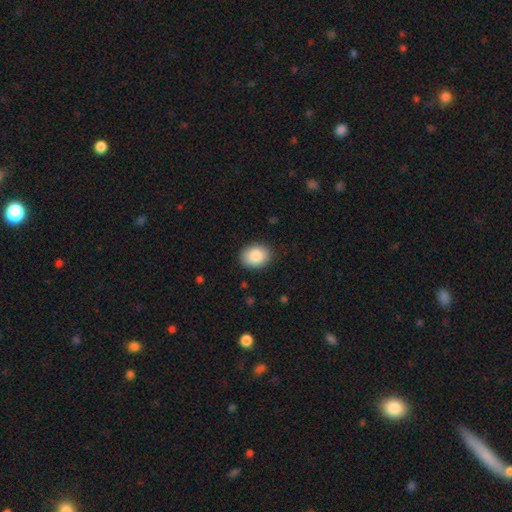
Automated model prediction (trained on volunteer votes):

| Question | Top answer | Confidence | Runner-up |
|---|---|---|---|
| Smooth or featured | smooth | 88% | star or artifact (7%) |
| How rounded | in between | 61% | round (38%) |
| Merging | none | 88% | minor disturbance (9%) |